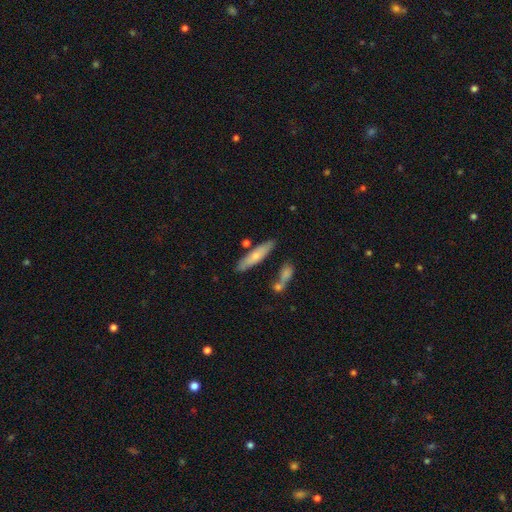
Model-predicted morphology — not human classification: Smooth or featured? smooth (63%)
How rounded? cigar-shaped (74%)
Merging? none (74%)